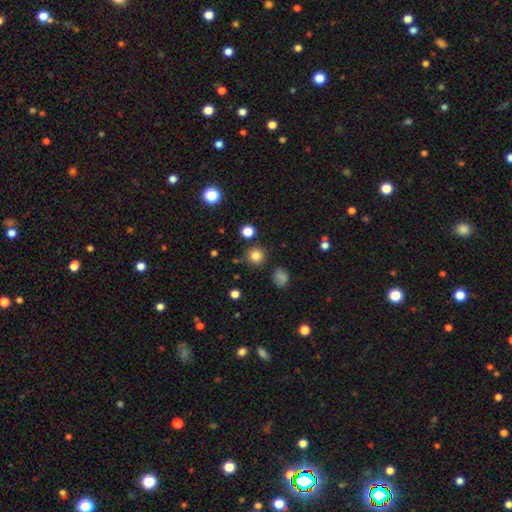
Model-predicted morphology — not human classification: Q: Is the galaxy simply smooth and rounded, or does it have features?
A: smooth — 80%.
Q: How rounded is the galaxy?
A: round — 92%.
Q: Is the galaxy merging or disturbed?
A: none — 84%.